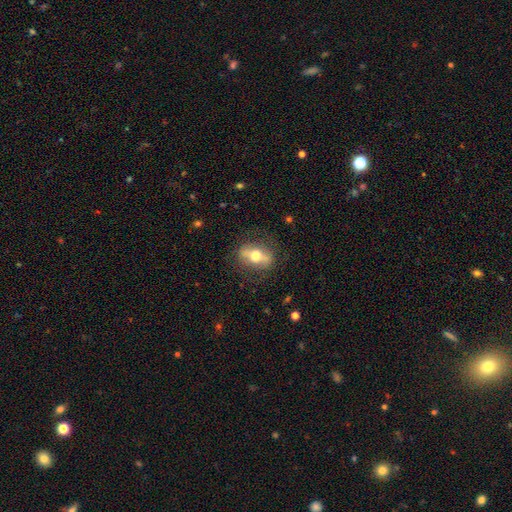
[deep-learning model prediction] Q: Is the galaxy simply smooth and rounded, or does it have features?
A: featured or disk — 48%.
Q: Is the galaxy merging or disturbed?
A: none — 78%.